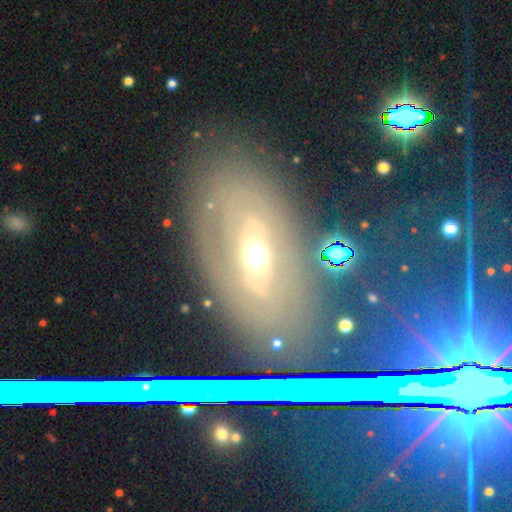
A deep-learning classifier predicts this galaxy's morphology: A featured or disk galaxy (62%) with no bar (43%), no spiral arms (58%) and a moderate central bulge (65%). Merging: none (65%).